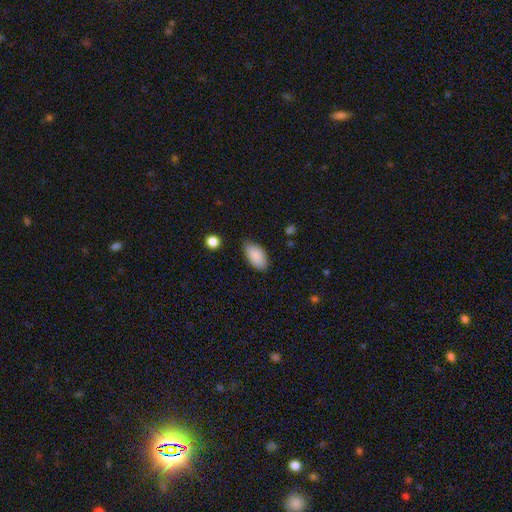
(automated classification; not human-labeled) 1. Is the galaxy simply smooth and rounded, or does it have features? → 89% smooth, 7% star or artifact, 5% featured or disk.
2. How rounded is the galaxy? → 94% in between, 3% cigar-shaped, 3% round.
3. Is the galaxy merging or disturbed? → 78% none, 17% minor disturbance, 3% major disturbance, 2% merger.